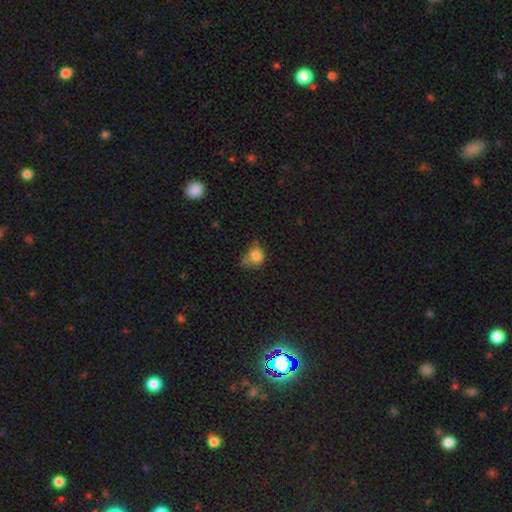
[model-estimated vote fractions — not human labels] Overall: smooth (80%). How rounded: round (69%; in between 30%). Merging: none (43%; minor disturbance 30%).